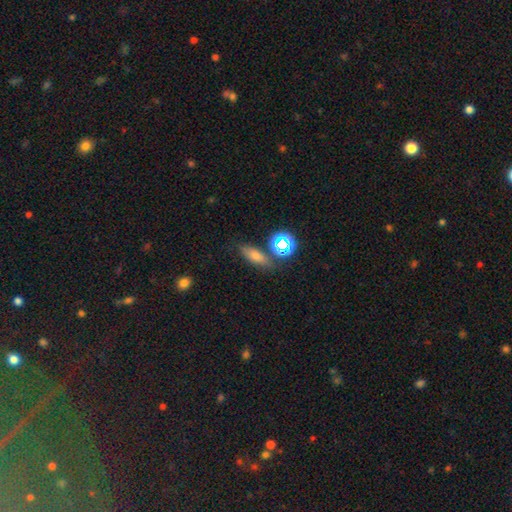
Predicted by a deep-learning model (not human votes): smooth-or-featured: smooth: 60% | star or artifact: 22% | featured or disk: 19%
  how-rounded: in between: 51% | cigar-shaped: 35% | round: 14%
  merging: none: 73% | minor disturbance: 14% | merger: 8% | major disturbance: 5%